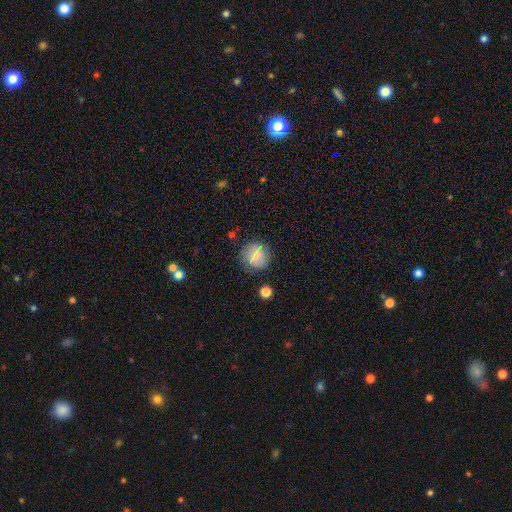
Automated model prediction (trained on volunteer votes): smooth 76%, featured or disk 14%, star or artifact 10%. Down the decision tree: how rounded — round (87%); merging — none (80%).